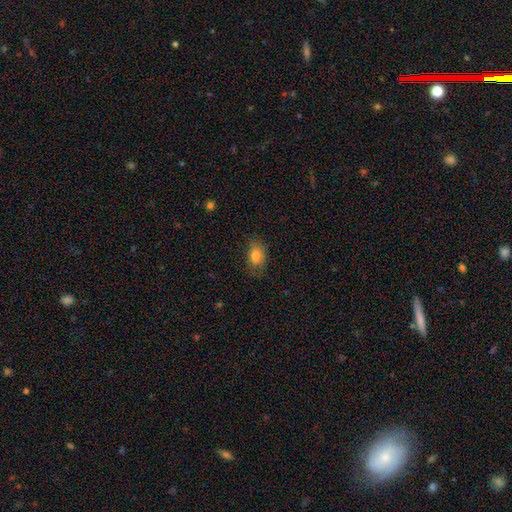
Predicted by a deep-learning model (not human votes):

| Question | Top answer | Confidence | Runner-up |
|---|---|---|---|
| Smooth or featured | smooth | 81% | featured or disk (10%) |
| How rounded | in between | 79% | round (19%) |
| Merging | none | 73% | minor disturbance (20%) |